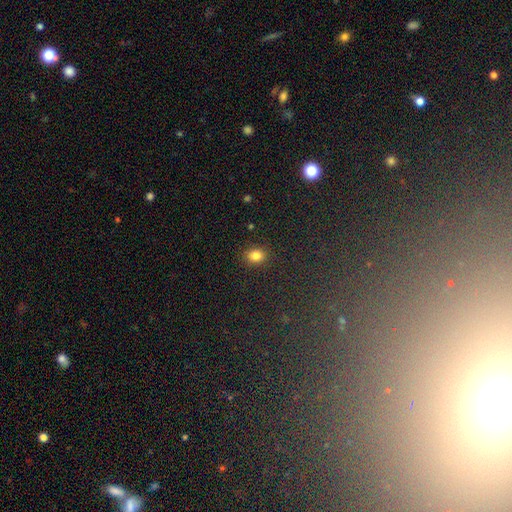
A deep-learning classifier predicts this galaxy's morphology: Smooth or featured? Predicted: smooth (p=0.84). How rounded? Predicted: in between (p=0.51). Merging? Predicted: none (p=0.88).